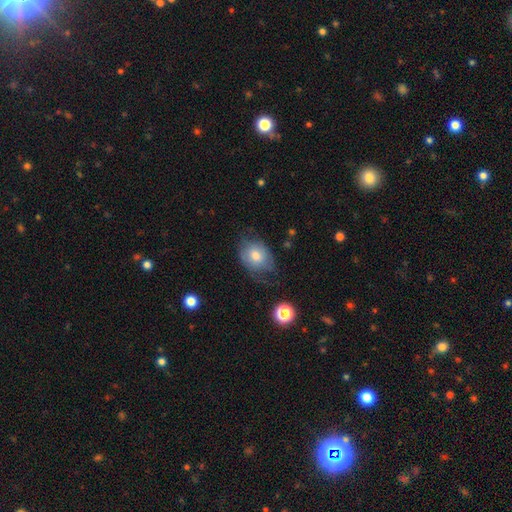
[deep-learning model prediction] smooth-or-featured: smooth: 70% | featured or disk: 22% | star or artifact: 8%
  how-rounded: in between: 66% | round: 33% | cigar-shaped: 1%
  merging: none: 52% | minor disturbance: 31% | major disturbance: 15% | merger: 2%